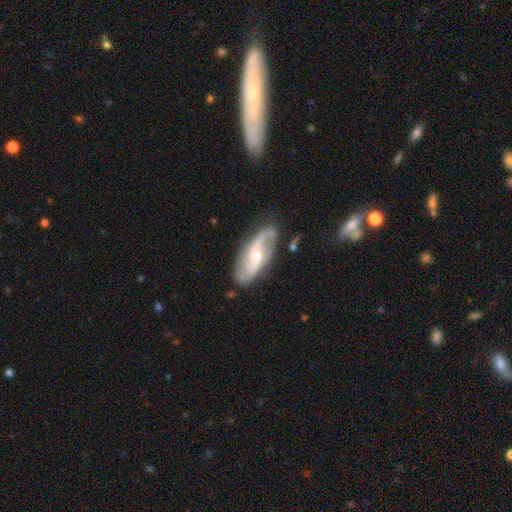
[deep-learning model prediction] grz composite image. It shows a featured or disk galaxy (85%) with a weak bar (40%), 2 (88%) medium (44%) spiral arms (94%) and a moderate central bulge (54%). Merging: none (77%).